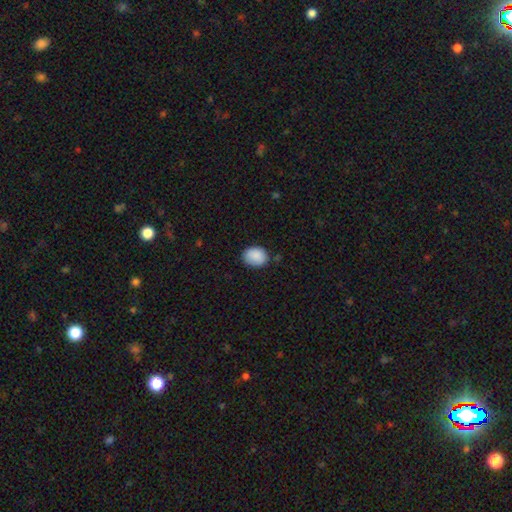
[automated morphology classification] Smooth or featured?
  - smooth: 89% *
  - star or artifact: 7%
  - featured or disk: 4%
How rounded?
  - in between: 60% *
  - round: 39%
  - cigar-shaped: 1%
Merging?
  - none: 79% *
  - minor disturbance: 16%
  - major disturbance: 3%
  - merger: 2%